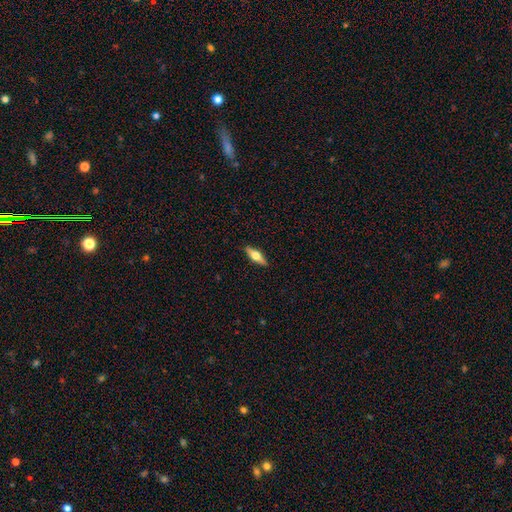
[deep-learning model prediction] Morphology: type=featured or disk (48%); merging=none (89%).